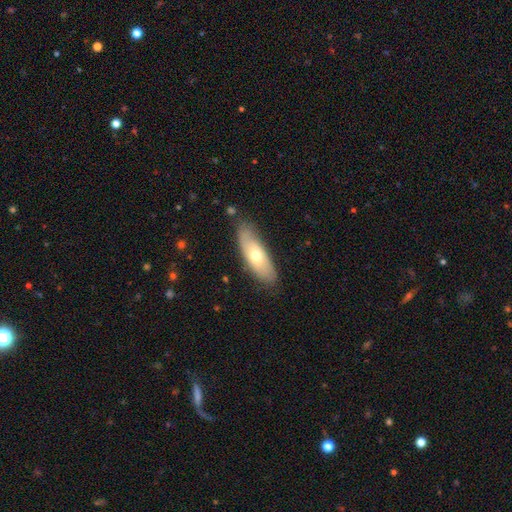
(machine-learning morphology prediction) Smooth or featured? smooth (55%)
How rounded? in between (65%)
Merging? none (75%)